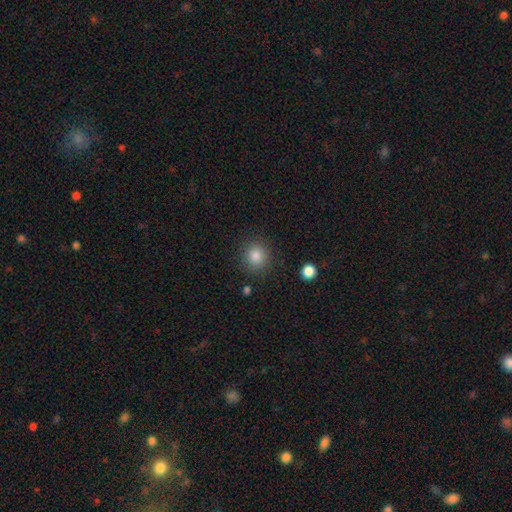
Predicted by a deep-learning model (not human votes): Overall: smooth (84%). How rounded: round (88%). Merging: none (87%).